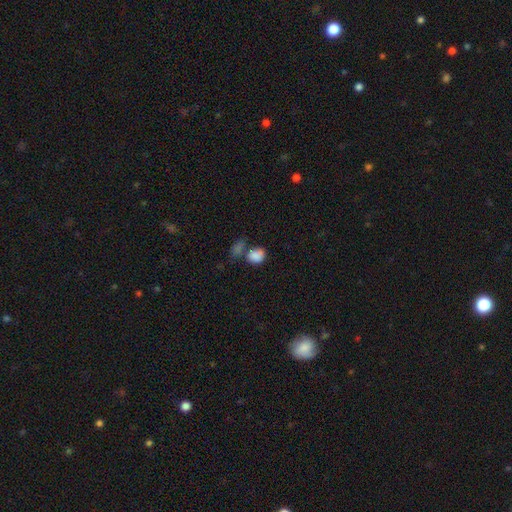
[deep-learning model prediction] A smooth galaxy with no disk features (82%) that is in between round and cigar-shaped (57%). Merging: merger (40%).